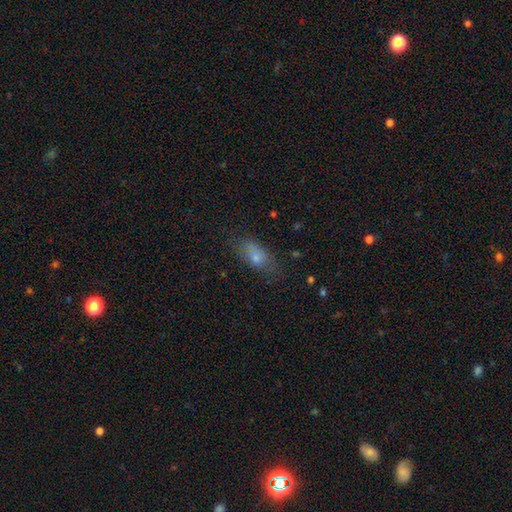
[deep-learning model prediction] Morphology: type=smooth (74%); roundness=in between (86%); merging=none (57%).